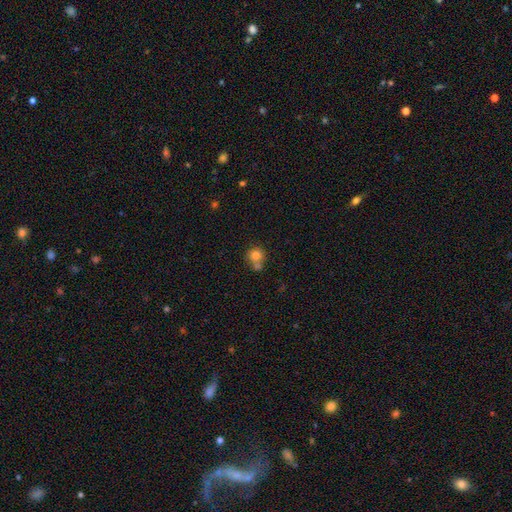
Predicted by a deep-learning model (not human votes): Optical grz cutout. It shows a smooth galaxy with no disk features (78%) that is round (86%). Merging: none (46%).